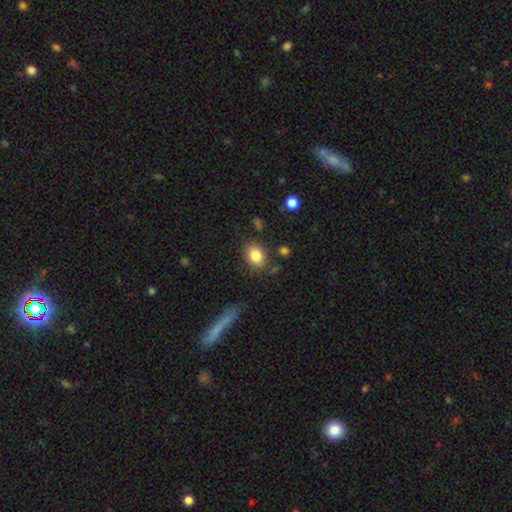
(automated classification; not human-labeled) Smooth or featured? Predicted: smooth (p=0.84). How rounded? Predicted: in between (p=0.70). Merging? Predicted: none (p=0.78).